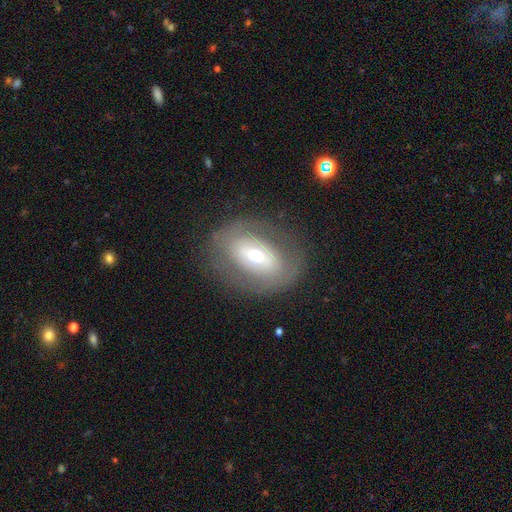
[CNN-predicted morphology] This is possibly a featured or disk galaxy (55%). It is clearly not viewed edge-on (91%). Bar: possibly no (54%). Spiral arm pattern: likely no (73%). Central bulge: possibly moderate (57%). Merging: likely none (76%).